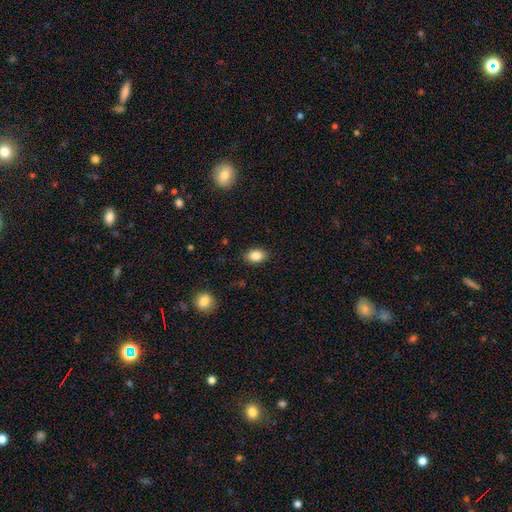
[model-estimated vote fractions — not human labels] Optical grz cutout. It shows a smooth galaxy with no disk features (86%) that is in between round and cigar-shaped (80%). Merging: none (86%).